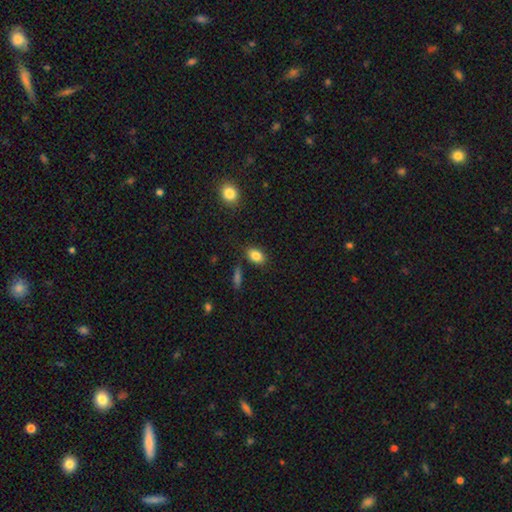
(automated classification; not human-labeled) Smooth or featured?
  - smooth: 84% *
  - star or artifact: 9%
  - featured or disk: 7%
How rounded?
  - in between: 84% *
  - round: 14%
  - cigar-shaped: 2%
Merging?
  - none: 83% *
  - minor disturbance: 11%
  - merger: 3%
  - major disturbance: 3%